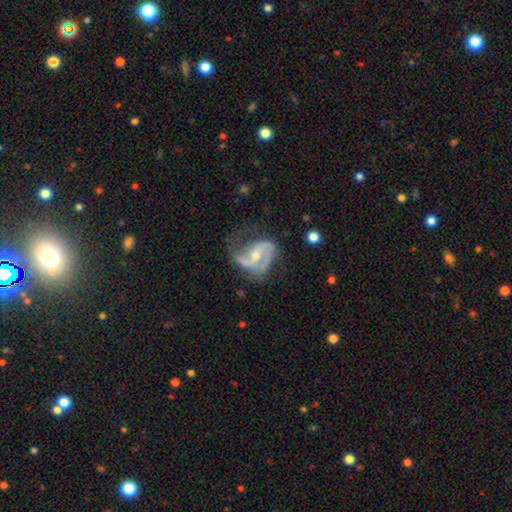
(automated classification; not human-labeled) featured or disk 88%, smooth 6%, star or artifact 5%. Down the decision tree: edge-on disk — no (98%); bar — no (40%); spiral arms — yes (96%); spiral arm count — 2 (80%); spiral winding — medium (50%); bulge size — small (52%); merging — none (49%).